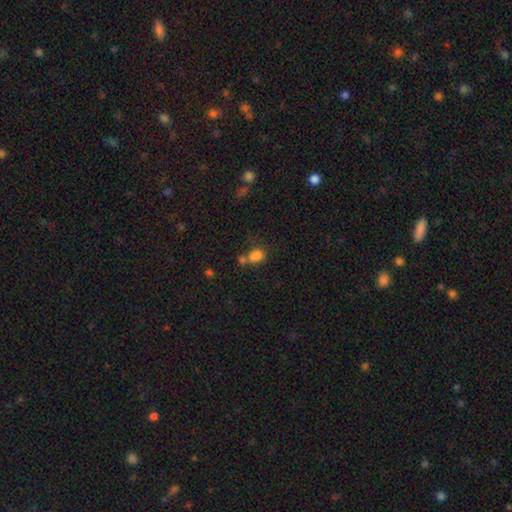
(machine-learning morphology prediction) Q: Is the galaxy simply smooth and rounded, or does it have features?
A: smooth — 80%.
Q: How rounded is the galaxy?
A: round — 52%.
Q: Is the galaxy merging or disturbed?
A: none — 42%.